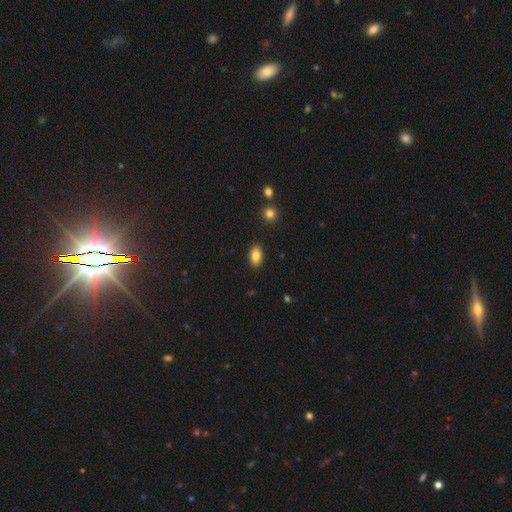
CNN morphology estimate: Smooth or featured? smooth (83%)
How rounded? in between (91%)
Merging? none (88%)